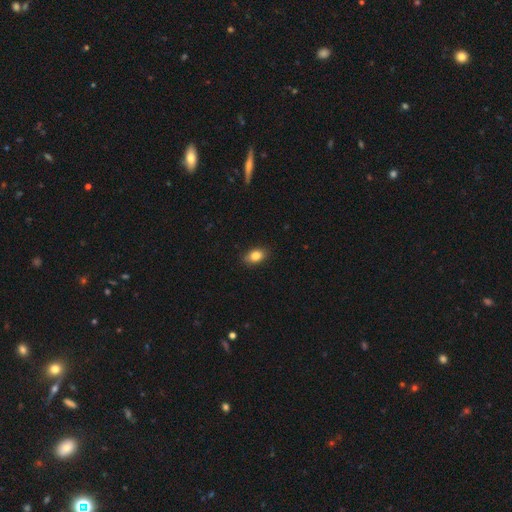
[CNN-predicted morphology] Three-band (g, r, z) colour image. It shows a smooth galaxy with no disk features (83%) that is in between round and cigar-shaped (82%). Merging: none (87%).